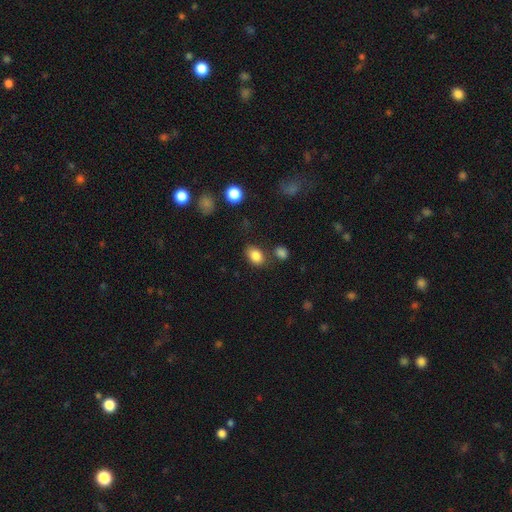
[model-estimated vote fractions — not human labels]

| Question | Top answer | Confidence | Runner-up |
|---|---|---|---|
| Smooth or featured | smooth | 85% | star or artifact (9%) |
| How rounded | in between | 77% | round (22%) |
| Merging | none | 72% | minor disturbance (16%) |